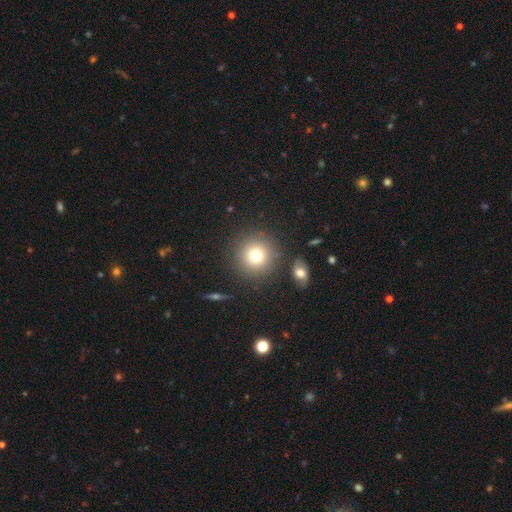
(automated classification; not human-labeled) Overall: smooth (76%). How rounded: round (93%). Merging: none (85%).